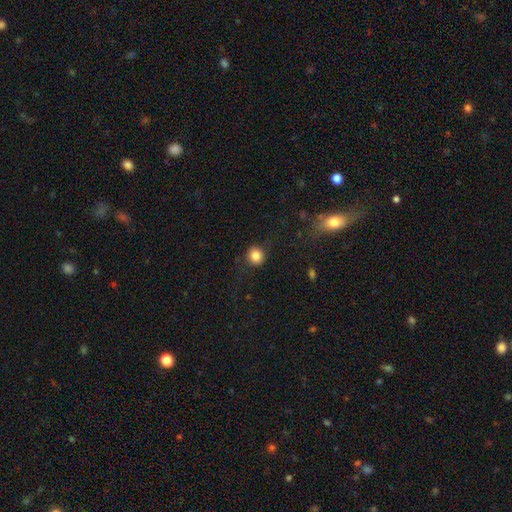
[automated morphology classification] Overall: smooth (84%). How rounded: round (91%). Merging: none (85%).